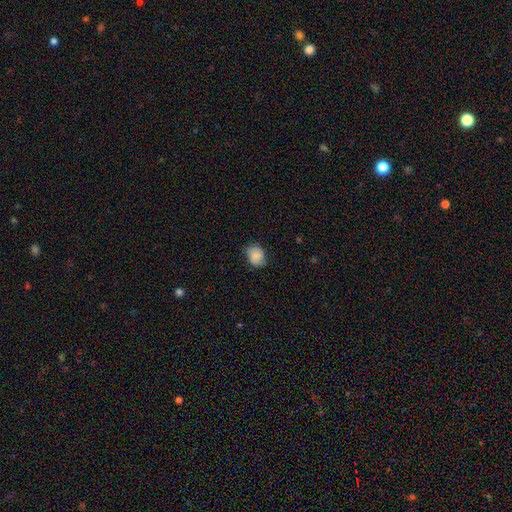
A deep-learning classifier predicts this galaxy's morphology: This is likely a smooth galaxy (76%). How rounded: possibly round (54%). Merging: likely none (71%).